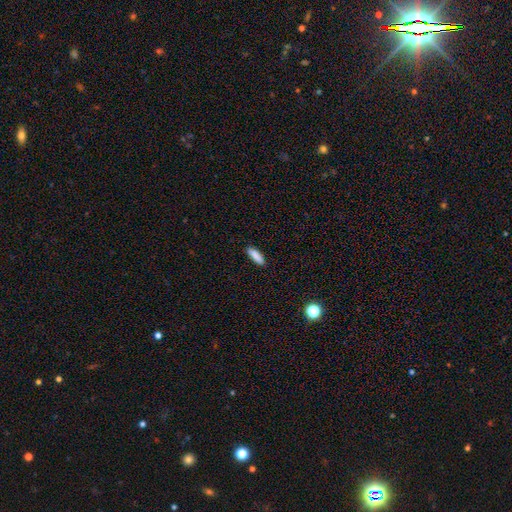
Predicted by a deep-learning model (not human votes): smooth-or-featured: smooth: 87% | star or artifact: 7% | featured or disk: 6%
  how-rounded: cigar-shaped: 63% | in between: 36% | round: 2%
  merging: none: 88% | minor disturbance: 9% | major disturbance: 2% | merger: 1%